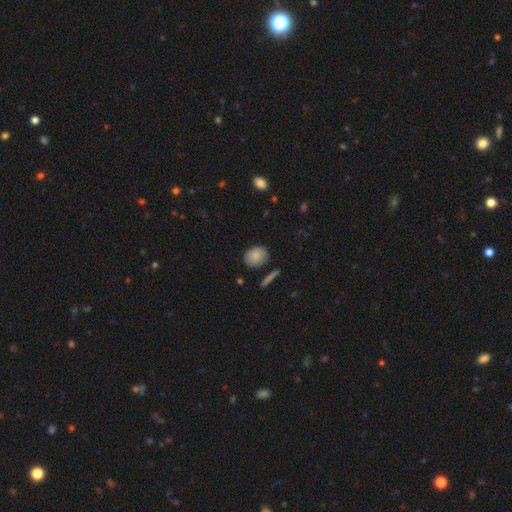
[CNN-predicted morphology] Smooth or featured?
  - smooth: 85% *
  - star or artifact: 8%
  - featured or disk: 8%
How rounded?
  - round: 50% *
  - in between: 48%
  - cigar-shaped: 2%
Merging?
  - none: 79% *
  - minor disturbance: 15%
  - merger: 3%
  - major disturbance: 3%